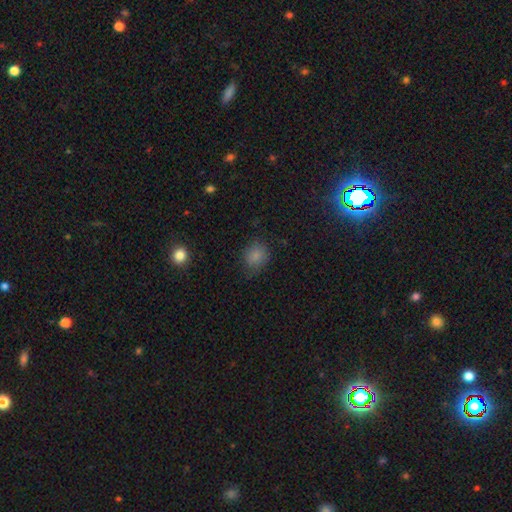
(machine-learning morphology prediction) smooth-or-featured: smooth: 82% | star or artifact: 12% | featured or disk: 6%
  how-rounded: round: 68% | in between: 31% | cigar-shaped: 1%
  merging: none: 72% | minor disturbance: 21% | major disturbance: 6% | merger: 1%